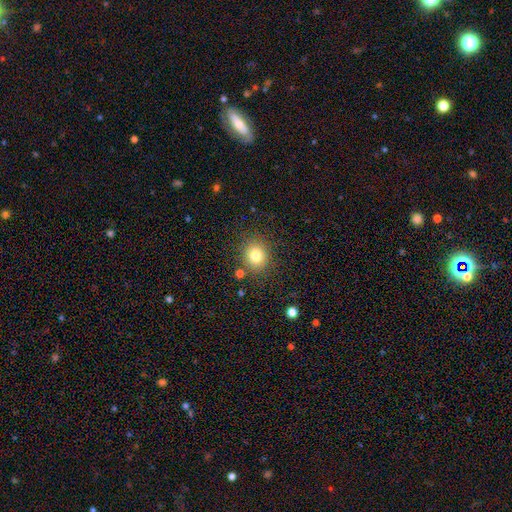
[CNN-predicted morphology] A smooth galaxy with no disk features (79%) that is round (78%). Merging: none (83%).